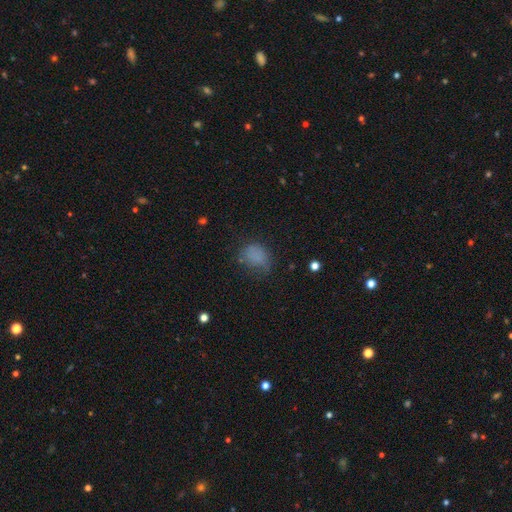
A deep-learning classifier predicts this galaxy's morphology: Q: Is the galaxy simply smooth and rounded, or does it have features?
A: smooth — 77%.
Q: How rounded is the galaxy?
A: in between — 55%.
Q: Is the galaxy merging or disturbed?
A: none — 53%.